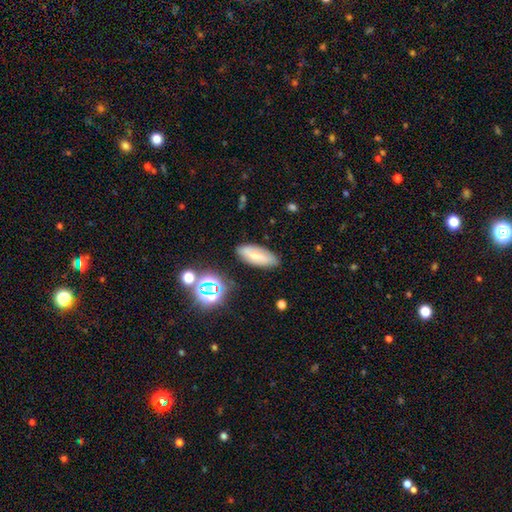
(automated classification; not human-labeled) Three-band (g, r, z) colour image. It shows a smooth galaxy with no disk features (50%). Merging: none (81%).